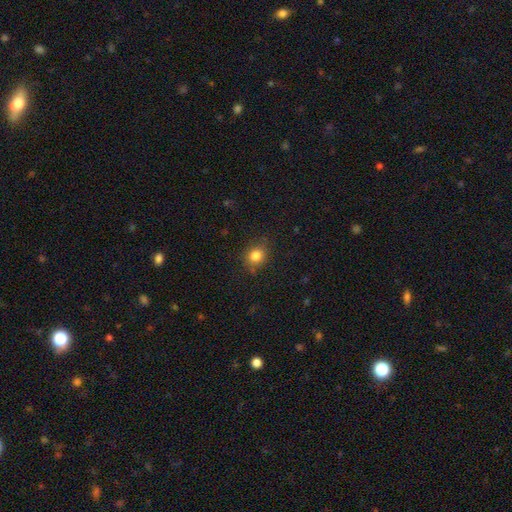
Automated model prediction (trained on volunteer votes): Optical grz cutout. It shows a smooth galaxy with no disk features (83%) that is round (68%). Merging: none (80%).